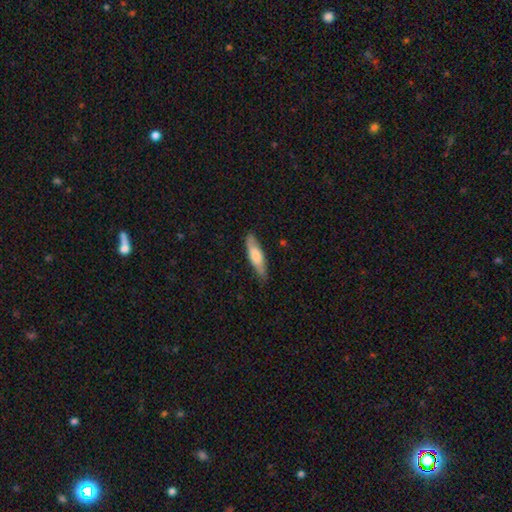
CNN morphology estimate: Smooth or featured?
  - smooth: 67% *
  - featured or disk: 27%
  - star or artifact: 5%
How rounded?
  - cigar-shaped: 64% *
  - in between: 34%
  - round: 2%
Merging?
  - none: 78% *
  - minor disturbance: 18%
  - major disturbance: 3%
  - merger: 1%